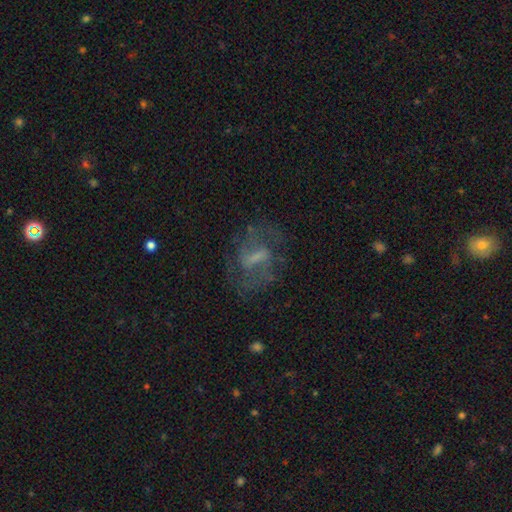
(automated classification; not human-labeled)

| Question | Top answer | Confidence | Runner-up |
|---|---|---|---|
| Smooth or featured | featured or disk | 62% | smooth (25%) |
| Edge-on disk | no | 94% | yes (6%) |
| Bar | weak | 47% | strong (31%) |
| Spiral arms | yes | 68% | no (32%) |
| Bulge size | none | 35% | small (31%) |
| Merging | none | 63% | major disturbance (18%) |